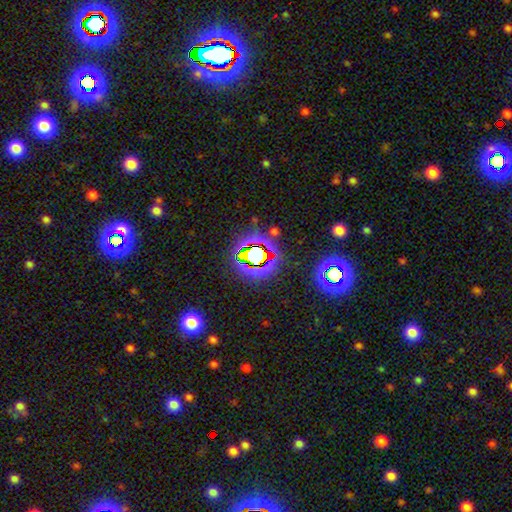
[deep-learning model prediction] This is likely a star or artifact rather than a galaxy (68%).